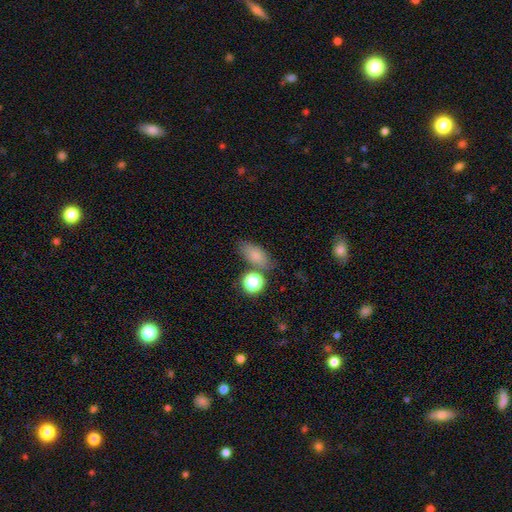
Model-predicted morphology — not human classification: Overall: smooth (79%). How rounded: in between (77%). Merging: none (67%).